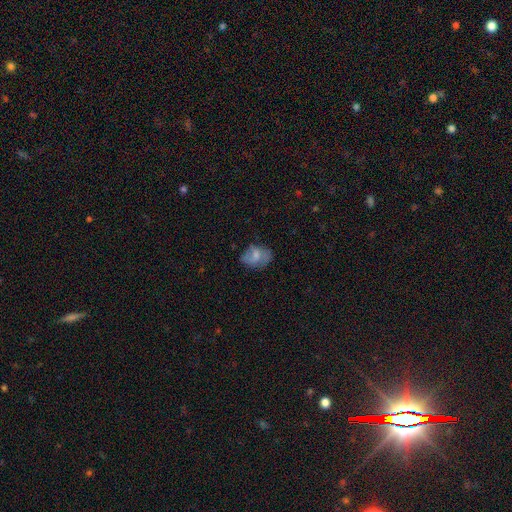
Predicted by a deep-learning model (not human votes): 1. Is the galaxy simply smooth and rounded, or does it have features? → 63% smooth, 28% featured or disk, 9% star or artifact.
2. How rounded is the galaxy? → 71% in between, 28% round, 1% cigar-shaped.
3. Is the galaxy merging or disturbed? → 58% none, 28% minor disturbance, 13% major disturbance, 2% merger.